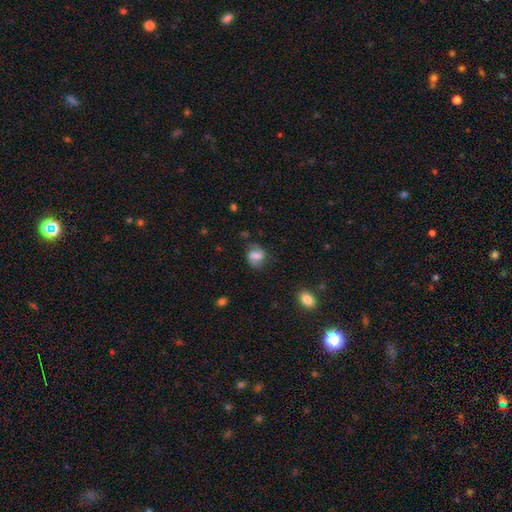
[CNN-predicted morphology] Smooth or featured: smooth — 57% (featured or disk — 34%)
How rounded: in between — 54% (round — 45%)
Merging: none — 65% (minor disturbance — 22%)